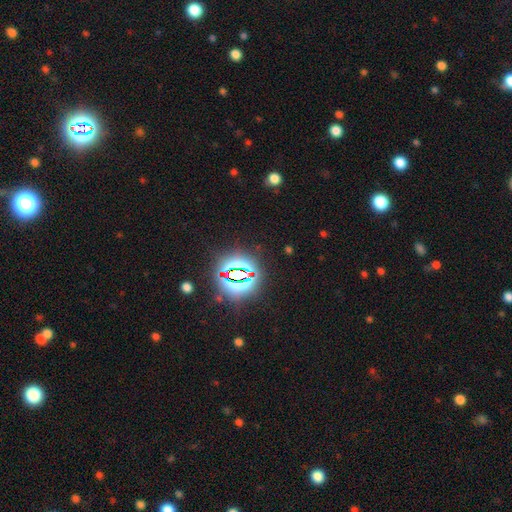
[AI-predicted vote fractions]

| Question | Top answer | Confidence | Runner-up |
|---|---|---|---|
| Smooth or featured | star or artifact | 84% | smooth (10%) |